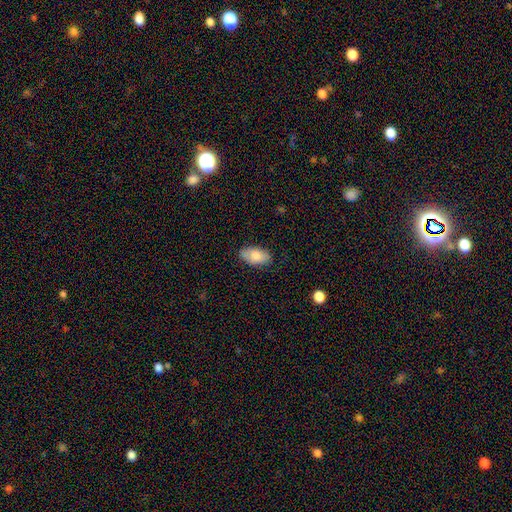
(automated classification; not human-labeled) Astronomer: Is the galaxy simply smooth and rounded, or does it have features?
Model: smooth — 78%.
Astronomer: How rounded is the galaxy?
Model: in between — 94%.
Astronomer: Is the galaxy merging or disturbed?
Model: none — 81%.